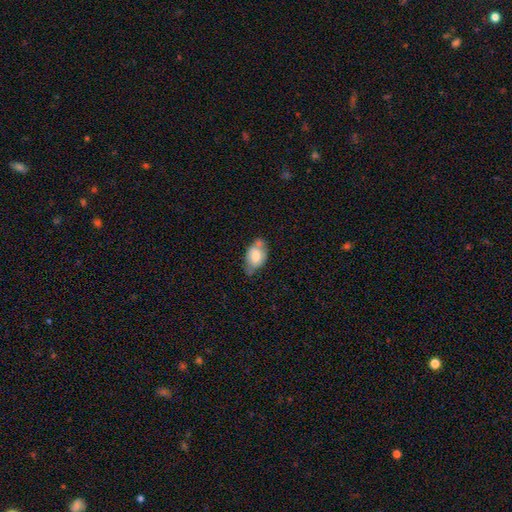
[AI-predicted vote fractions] A smooth galaxy with no disk features (67%) that is in between round and cigar-shaped (89%).

Vote fractions:
- Smooth or featured? smooth: 67% / featured or disk: 26% / star or artifact: 7%
- How rounded? in between: 89% / round: 9% / cigar-shaped: 2%
- Merging? none: 45% / minor disturbance: 35% / merger: 12% / major disturbance: 8%